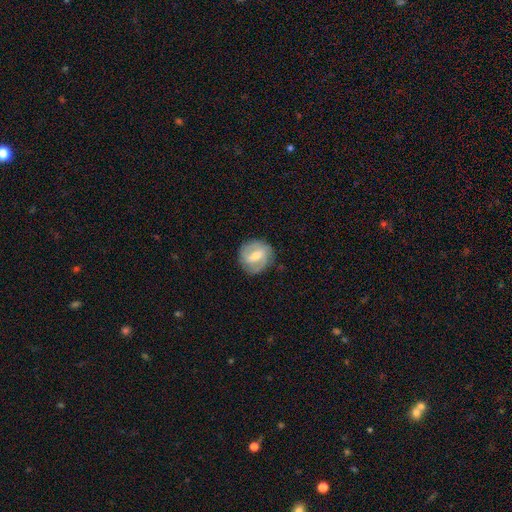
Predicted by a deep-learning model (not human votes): featured or disk 64%, smooth 30%, star or artifact 6%. Down the decision tree: edge-on disk — no (96%); bar — weak (46%); spiral arms — yes (76%); bulge size — moderate (60%); merging — none (80%).